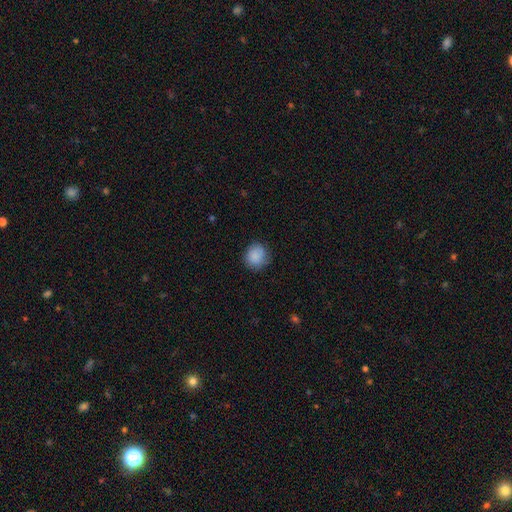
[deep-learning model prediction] smooth 87%, star or artifact 8%, featured or disk 6%. Down the decision tree: how rounded — round (82%); merging — none (78%).